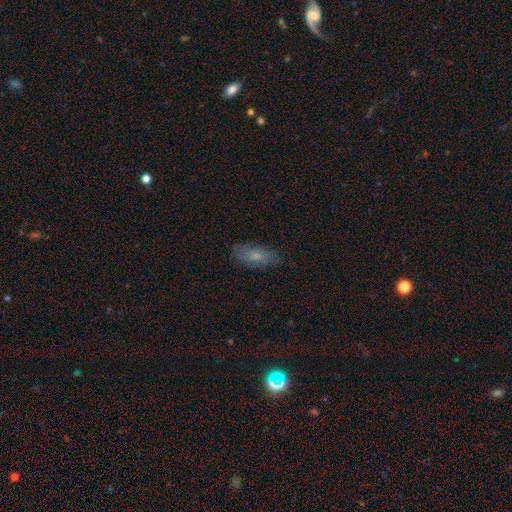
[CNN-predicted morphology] This appears to be a smooth galaxy with no disk features (69%) that is in between round and cigar-shaped (81%). Merging: none (78%).